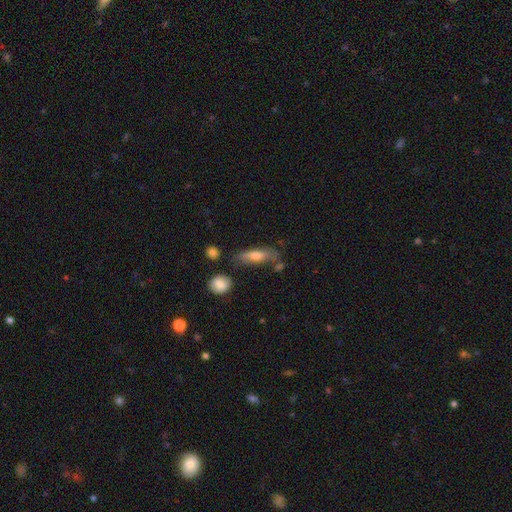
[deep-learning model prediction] Smooth or featured: smooth — 63% (featured or disk — 30%)
How rounded: cigar-shaped — 52% (in between — 44%)
Merging: none — 62% (minor disturbance — 22%)